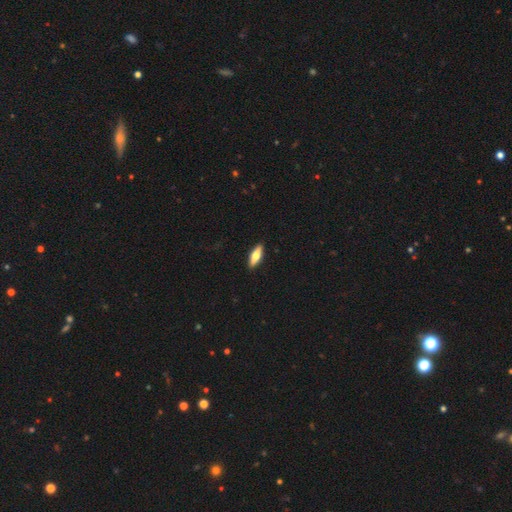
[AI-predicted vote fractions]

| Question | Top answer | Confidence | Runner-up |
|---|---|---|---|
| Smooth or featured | smooth | 55% | featured or disk (39%) |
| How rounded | cigar-shaped | 49% | tied: in between (49%) |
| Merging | none | 90% | minor disturbance (7%) |